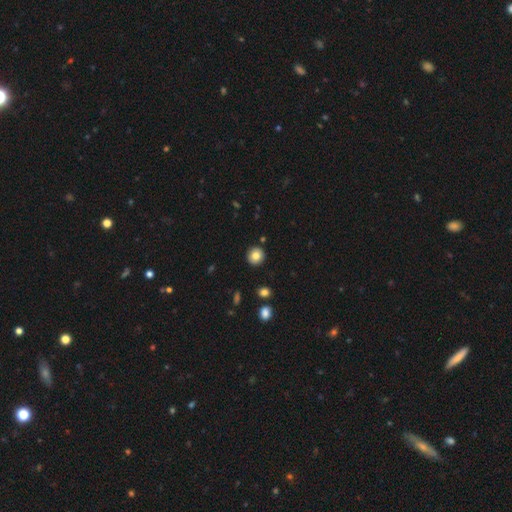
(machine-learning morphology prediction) Smooth or featured?
  - smooth: 81% *
  - featured or disk: 9%
  - star or artifact: 9%
How rounded?
  - round: 93% *
  - in between: 6%
  - cigar-shaped: 1%
Merging?
  - none: 91% *
  - minor disturbance: 5%
  - major disturbance: 2%
  - merger: 2%